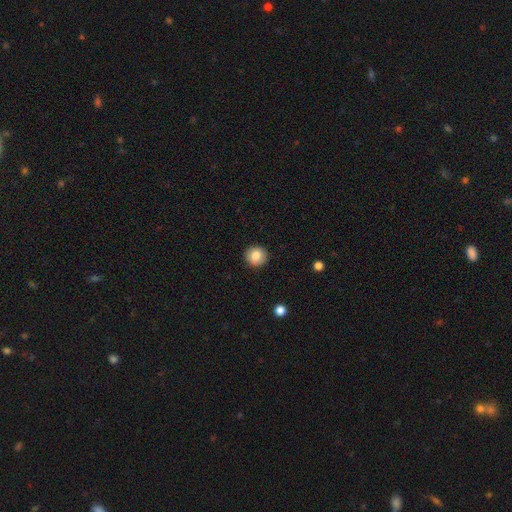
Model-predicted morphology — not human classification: Smooth or featured: smooth — 82% (featured or disk — 9%)
How rounded: round — 91% (in between — 8%)
Merging: none — 91% (minor disturbance — 6%)